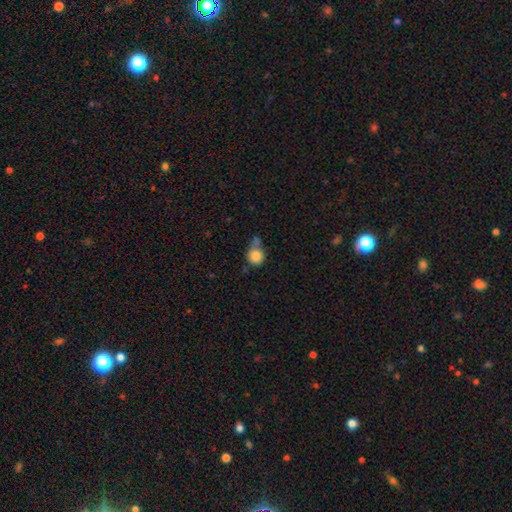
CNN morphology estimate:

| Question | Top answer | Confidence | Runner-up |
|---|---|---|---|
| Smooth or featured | smooth | 83% | star or artifact (9%) |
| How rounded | round | 83% | in between (16%) |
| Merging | none | 43% | merger (29%) |